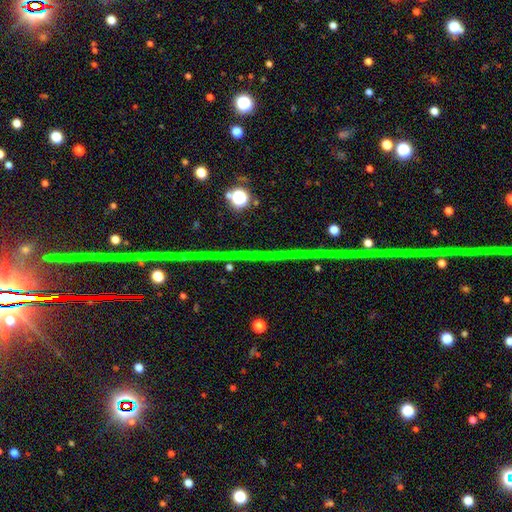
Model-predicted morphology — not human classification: type=star or artifact (76%).